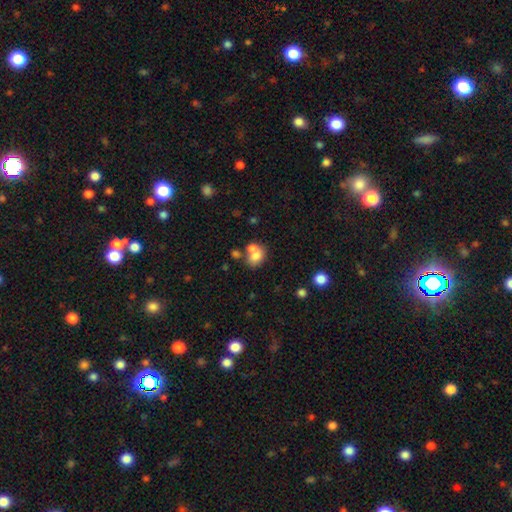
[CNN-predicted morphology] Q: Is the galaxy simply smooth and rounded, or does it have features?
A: smooth — 72%.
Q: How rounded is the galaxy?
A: in between — 50%.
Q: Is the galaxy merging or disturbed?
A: merger — 50%.